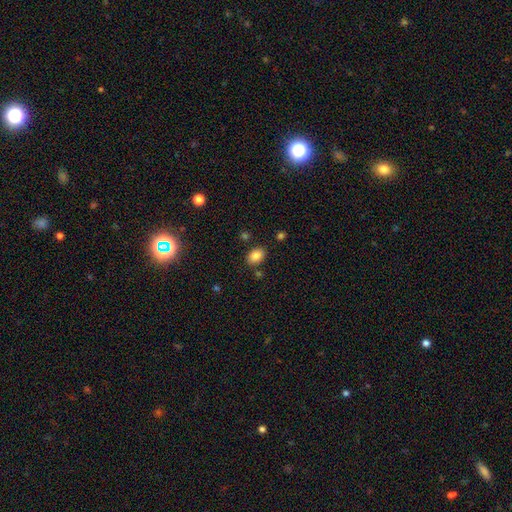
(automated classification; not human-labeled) smooth 85%, star or artifact 9%, featured or disk 6%. Down the decision tree: how rounded — in between (76%); merging — none (82%).